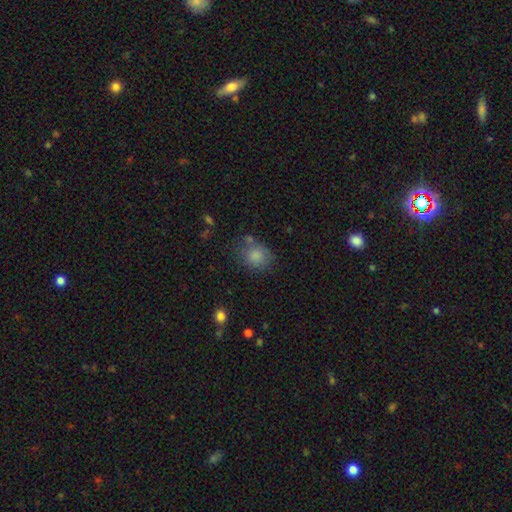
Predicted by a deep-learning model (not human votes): A smooth galaxy with no disk features (84%) that is round (67%).

Vote fractions:
- Smooth or featured? smooth: 84% / star or artifact: 10% / featured or disk: 7%
- How rounded? round: 67% / in between: 32% / cigar-shaped: 1%
- Merging? none: 64% / minor disturbance: 20% / merger: 9% / major disturbance: 7%